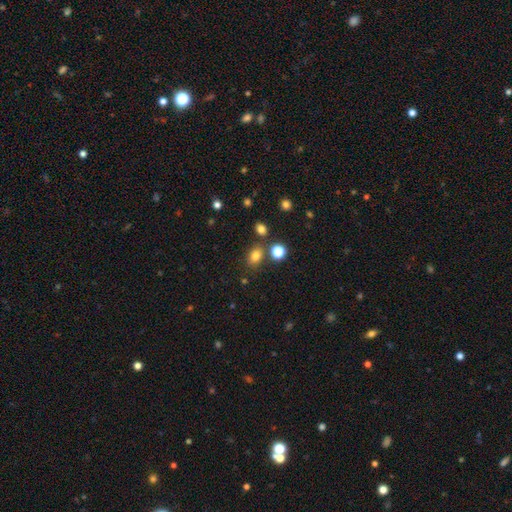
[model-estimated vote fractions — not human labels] Q: Smooth or featured?
A: smooth (79%); runner-up: star or artifact (15%)
Q: How rounded?
A: in between (67%); runner-up: round (31%)
Q: Merging?
A: none (75%); runner-up: minor disturbance (12%)